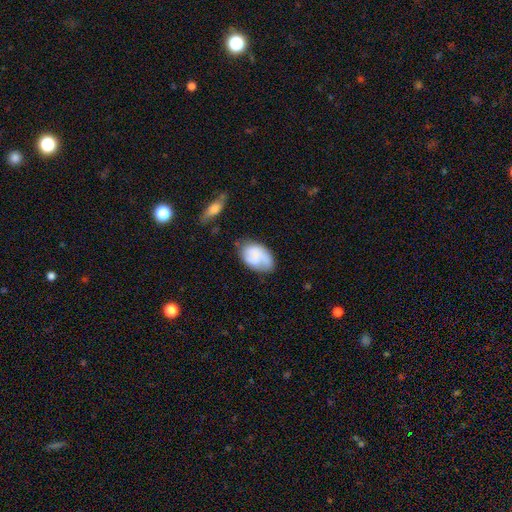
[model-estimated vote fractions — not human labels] Smooth or featured? Predicted: smooth (p=0.61). How rounded? Predicted: in between (p=0.88). Merging? Predicted: none (p=0.54).